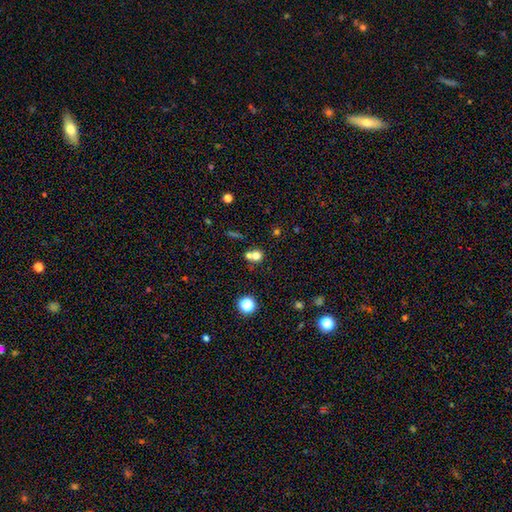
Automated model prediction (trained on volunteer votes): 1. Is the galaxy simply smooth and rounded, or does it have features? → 71% smooth, 17% star or artifact, 12% featured or disk.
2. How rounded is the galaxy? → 85% round, 14% in between, 1% cigar-shaped.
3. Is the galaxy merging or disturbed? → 46% none, 44% merger, 7% minor disturbance, 3% major disturbance.